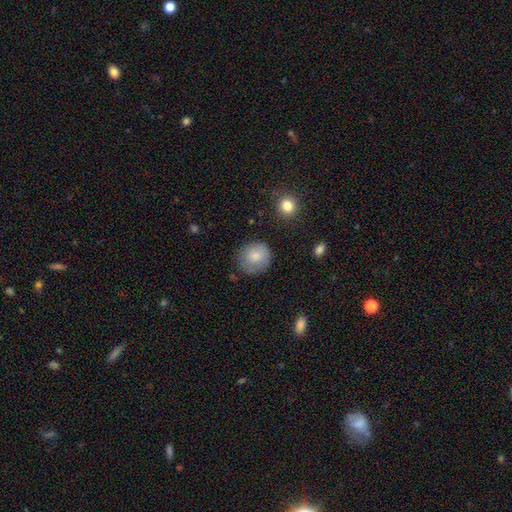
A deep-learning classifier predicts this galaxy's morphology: Smooth or featured? Predicted: smooth (p=0.79). How rounded? Predicted: round (p=0.85). Merging? Predicted: none (p=0.73).